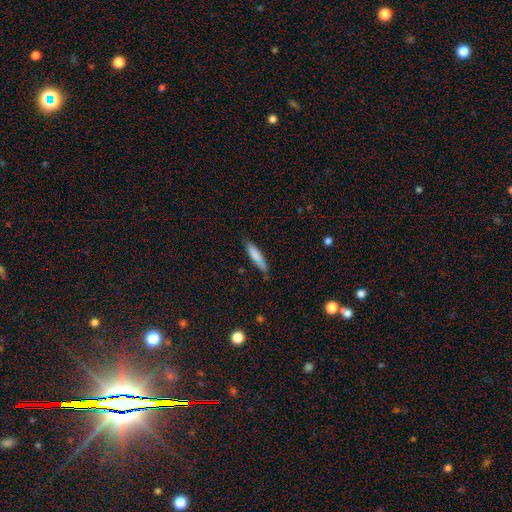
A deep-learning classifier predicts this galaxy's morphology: type=smooth (77%); roundness=cigar-shaped (78%); merging=none (75%).